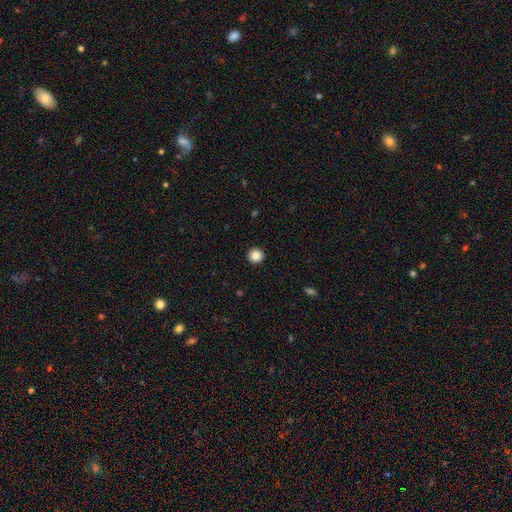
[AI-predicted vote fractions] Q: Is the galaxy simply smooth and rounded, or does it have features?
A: smooth — 87%.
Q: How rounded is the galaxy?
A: round — 96%.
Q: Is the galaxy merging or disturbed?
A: none — 94%.